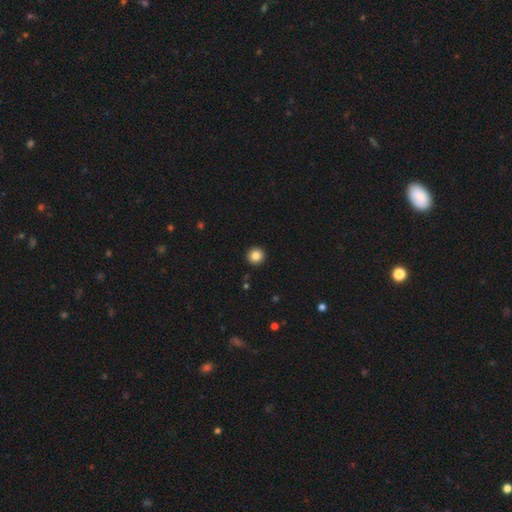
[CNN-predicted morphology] Smooth or featured? Predicted: smooth (p=0.85). How rounded? Predicted: round (p=0.95). Merging? Predicted: none (p=0.94).